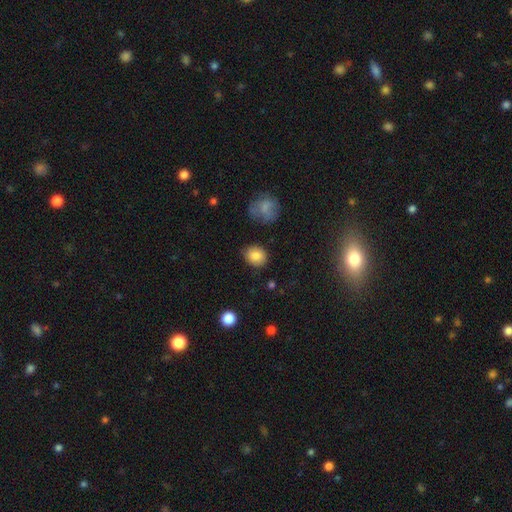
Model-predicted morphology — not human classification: The model was most divided on "how rounded": round: 68%, in between: 31%, cigar-shaped: 1%. More confident: smooth or featured — smooth (84%); merging — none (83%).